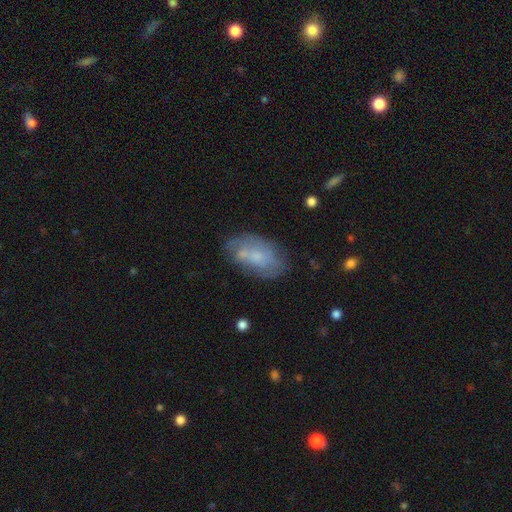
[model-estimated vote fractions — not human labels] This is possibly a smooth galaxy (49%). Merging: possibly none (58%).